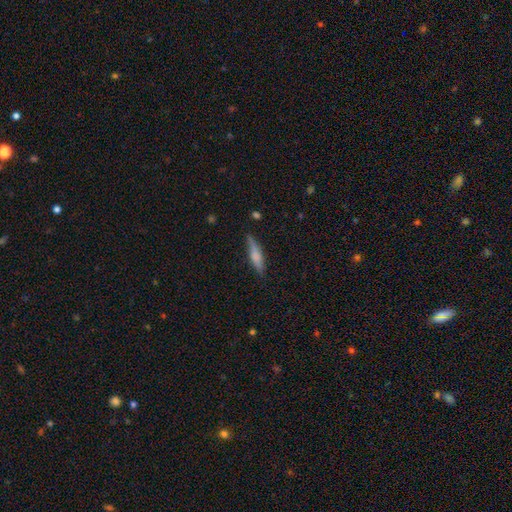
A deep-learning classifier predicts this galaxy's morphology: smooth-or-featured: smooth: 60% | featured or disk: 33% | star or artifact: 7%
  how-rounded: cigar-shaped: 74% | in between: 24% | round: 2%
  merging: none: 75% | minor disturbance: 19% | major disturbance: 4% | merger: 2%